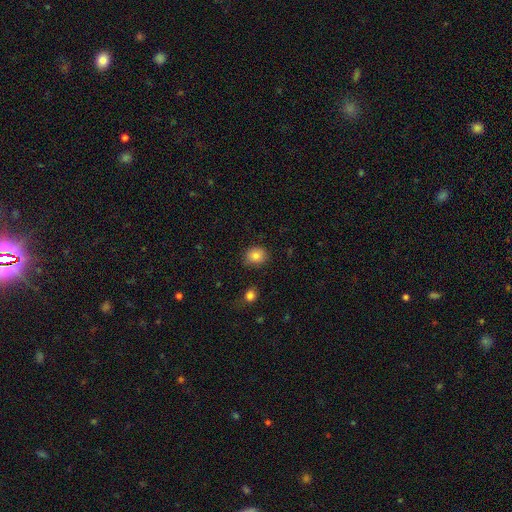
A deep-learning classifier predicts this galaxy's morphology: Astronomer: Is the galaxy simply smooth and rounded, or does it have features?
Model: smooth — 84%.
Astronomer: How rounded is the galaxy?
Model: round — 70%.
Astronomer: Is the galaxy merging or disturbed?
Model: none — 83%.